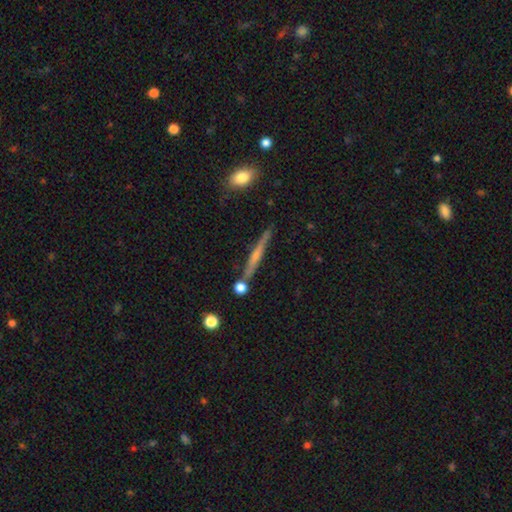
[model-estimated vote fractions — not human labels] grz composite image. It shows a featured or disk galaxy (60%) viewed edge-on (96%) with a rounded central bulge (49%). Merging: none (82%).